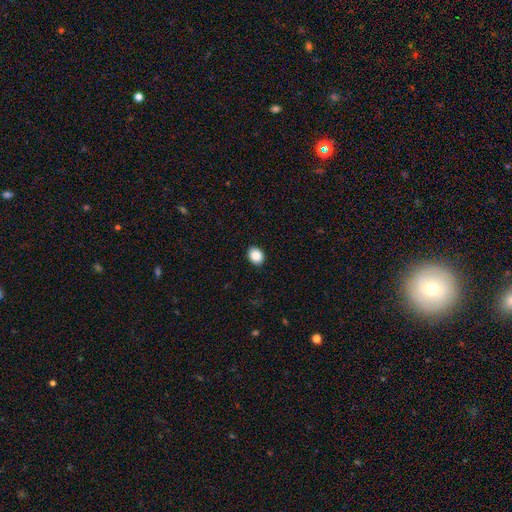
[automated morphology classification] Smooth or featured? Predicted: smooth (p=0.88). How rounded? Predicted: in between (p=0.54). Merging? Predicted: none (p=0.91).